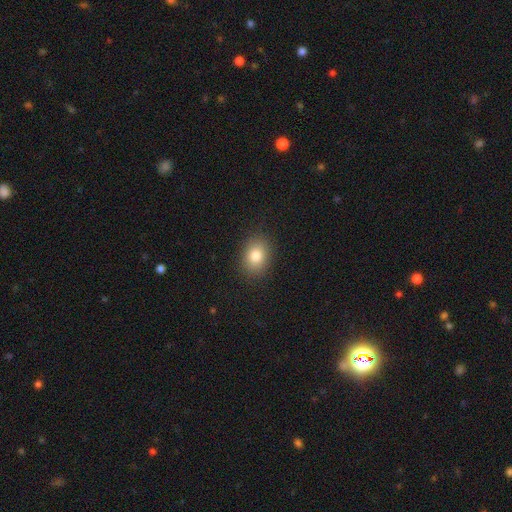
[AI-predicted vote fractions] Smooth or featured?
  - smooth: 82% *
  - star or artifact: 10%
  - featured or disk: 8%
How rounded?
  - in between: 64% *
  - round: 35%
  - cigar-shaped: 1%
Merging?
  - none: 88% *
  - minor disturbance: 9%
  - major disturbance: 3%
  - merger: 1%